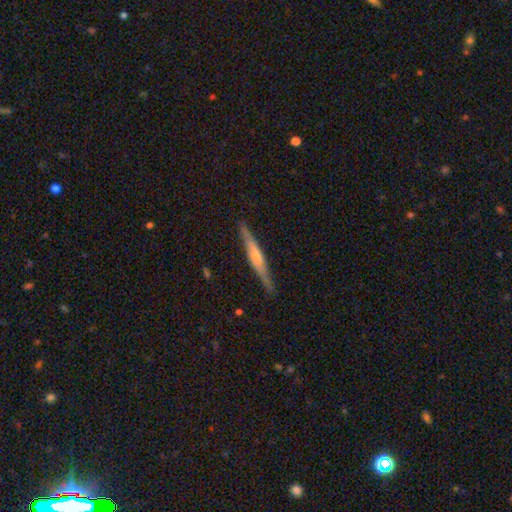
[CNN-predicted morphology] Smooth or featured?
  - featured or disk: 64% *
  - smooth: 30%
  - star or artifact: 6%
Edge-on disk?
  - yes: 96% *
  - no: 4%
Edge-on bulge?
  - rounded: 63% *
  - boxy: 19%
  - none: 18%
Merging?
  - none: 87% *
  - minor disturbance: 10%
  - major disturbance: 2%
  - merger: 1%